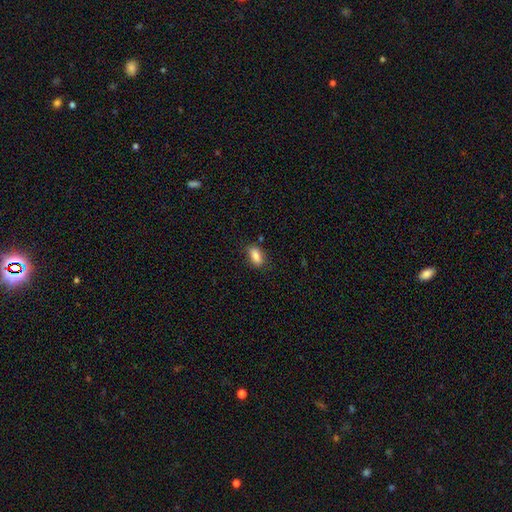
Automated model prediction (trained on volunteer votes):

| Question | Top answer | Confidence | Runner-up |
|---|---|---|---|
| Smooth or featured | smooth | 86% | star or artifact (8%) |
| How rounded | in between | 87% | cigar-shaped (8%) |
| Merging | none | 81% | minor disturbance (14%) |